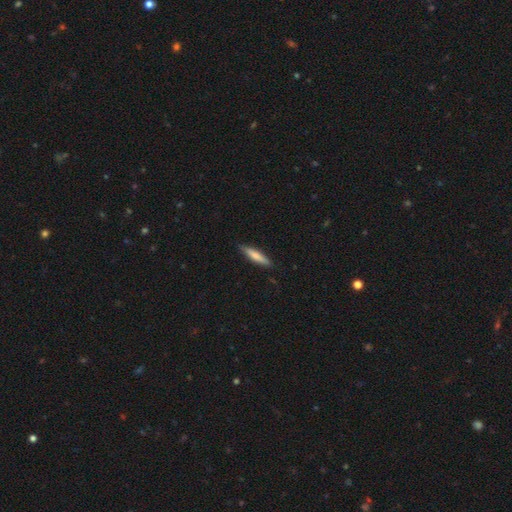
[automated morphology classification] This appears to be a smooth galaxy with no disk features (69%) that is cigar-shaped (84%). Merging: none (87%).